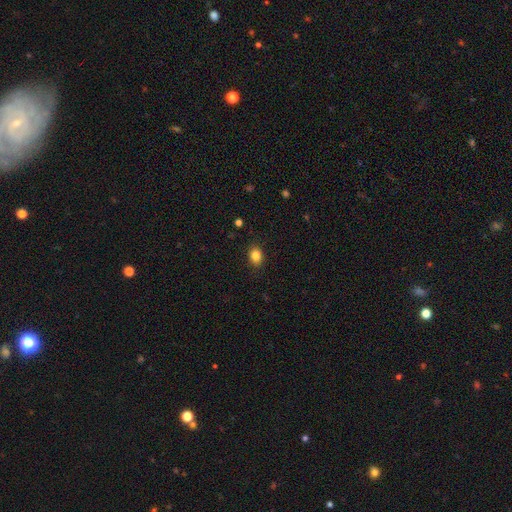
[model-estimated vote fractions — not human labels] This is clearly a smooth galaxy (84%). How rounded: likely in between (64%). Merging: clearly none (88%).